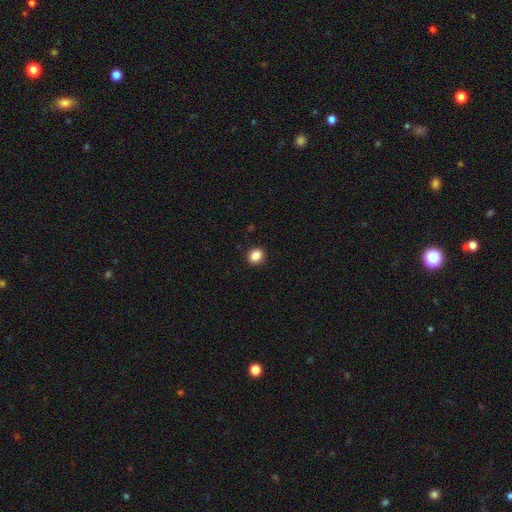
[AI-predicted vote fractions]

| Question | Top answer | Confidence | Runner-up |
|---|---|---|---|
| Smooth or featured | smooth | 87% | star or artifact (10%) |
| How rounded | round | 72% | in between (27%) |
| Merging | none | 91% | minor disturbance (6%) |